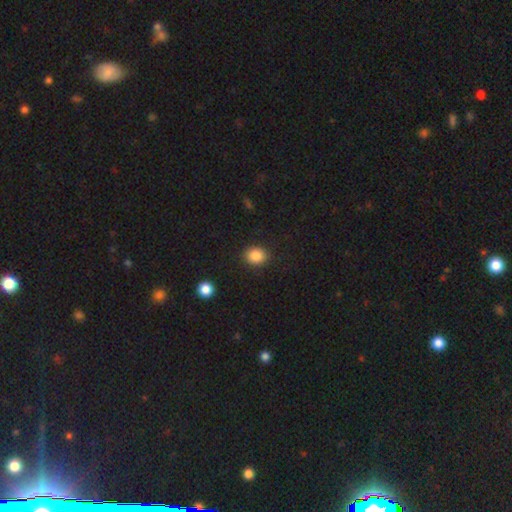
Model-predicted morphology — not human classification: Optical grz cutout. It shows a smooth galaxy with no disk features (86%) that is round (62%). Merging: none (89%).